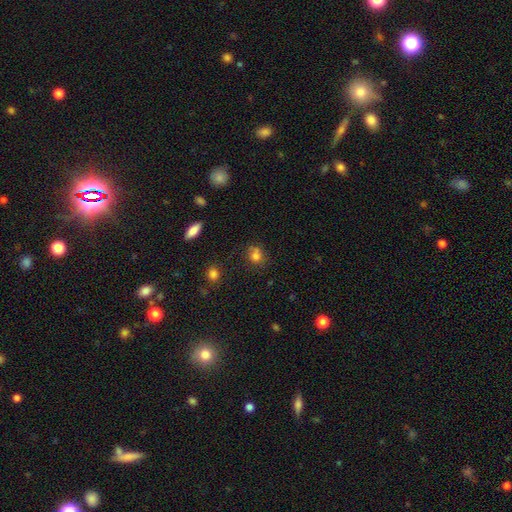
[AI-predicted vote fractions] Q: Smooth or featured?
A: smooth (76%); runner-up: star or artifact (14%)
Q: How rounded?
A: round (63%); runner-up: in between (35%)
Q: Merging?
A: none (56%); runner-up: minor disturbance (21%)